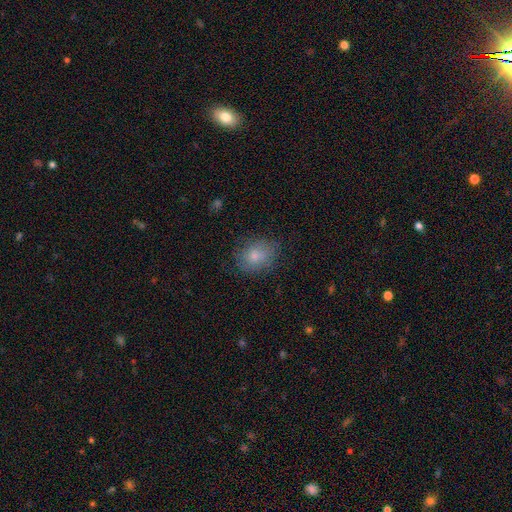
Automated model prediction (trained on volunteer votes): This appears to be a smooth galaxy with no disk features (78%) that is round (50%). Merging: none (75%).